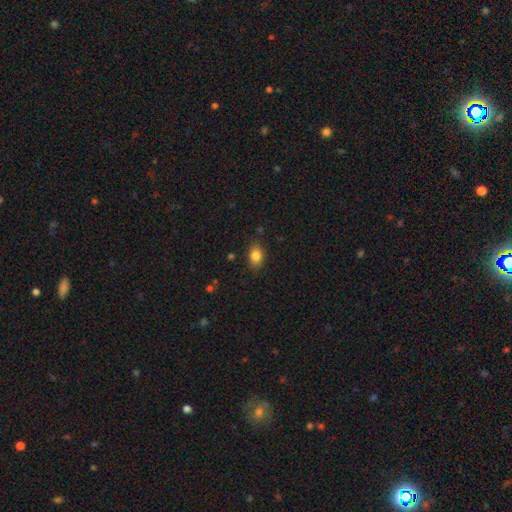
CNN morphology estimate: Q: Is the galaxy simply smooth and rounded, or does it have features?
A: smooth — 83%.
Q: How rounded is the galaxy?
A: in between — 78%.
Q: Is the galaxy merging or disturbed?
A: none — 84%.